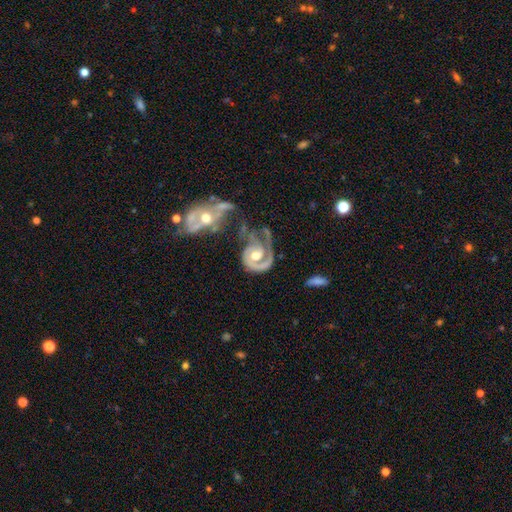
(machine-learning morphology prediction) Smooth or featured: featured or disk — 88% (smooth — 8%)
Edge-on disk: no — 98% (yes — 2%)
Bar: no — 69% (weak — 24%)
Spiral arms: yes — 93% (no — 7%)
Spiral winding: tight — 54% (medium — 32%)
Spiral arm count: 1 — 56% (2 — 30%)
Bulge size: moderate — 70% (large — 17%)
Merging: major disturbance — 32% (none — 27%)